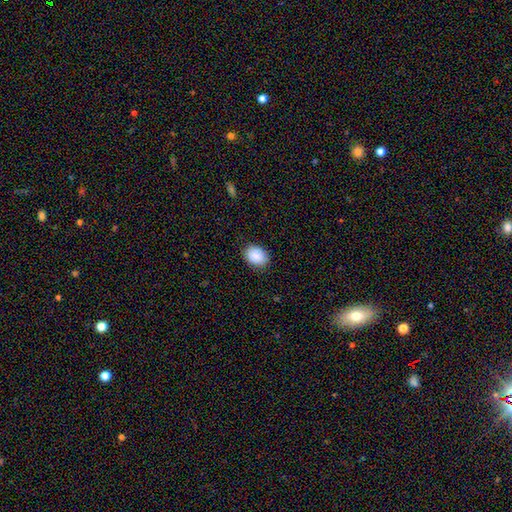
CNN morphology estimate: This appears to be a smooth galaxy with no disk features (89%) that is in between round and cigar-shaped (64%). Merging: none (87%).